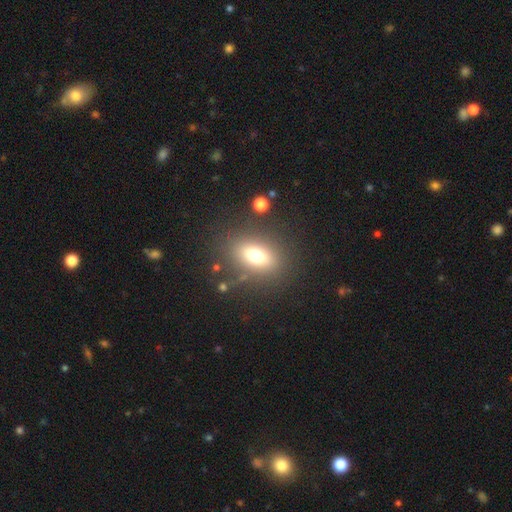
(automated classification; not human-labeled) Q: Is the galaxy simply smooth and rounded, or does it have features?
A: smooth — 71%.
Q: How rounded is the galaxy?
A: in between — 73%.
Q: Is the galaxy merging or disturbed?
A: none — 80%.